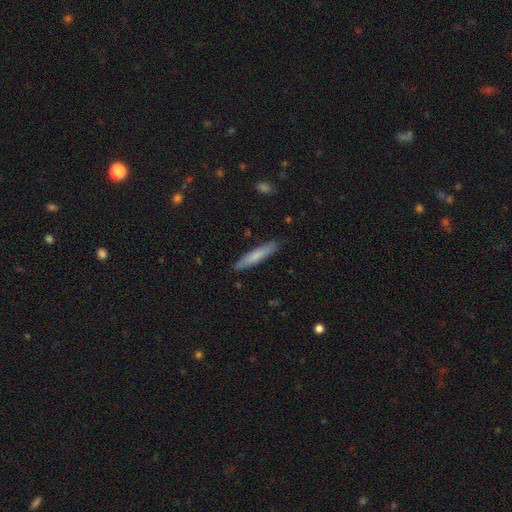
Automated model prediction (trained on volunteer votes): Smooth or featured? Predicted: smooth (p=0.73). How rounded? Predicted: cigar-shaped (p=0.92). Merging? Predicted: none (p=0.89).